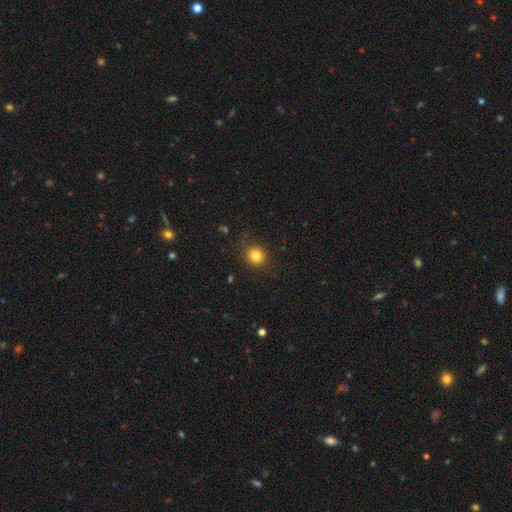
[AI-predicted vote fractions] Smooth or featured?
  - smooth: 82% *
  - star or artifact: 12%
  - featured or disk: 6%
How rounded?
  - round: 88% *
  - in between: 12%
  - cigar-shaped: 1%
Merging?
  - none: 86% *
  - minor disturbance: 10%
  - major disturbance: 3%
  - merger: 1%